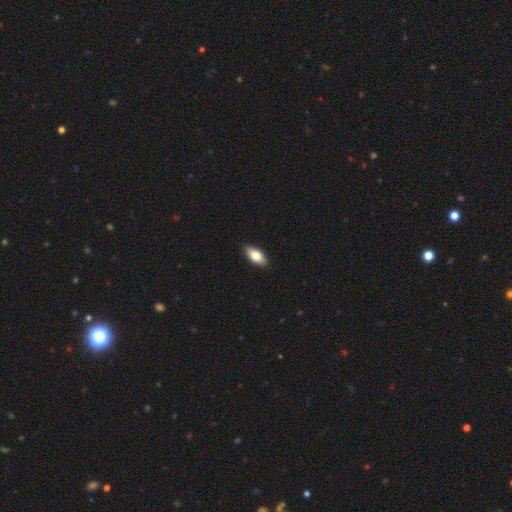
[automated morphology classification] The model was most divided on "smooth or featured": smooth: 77%, featured or disk: 16%, star or artifact: 6%. More confident: merging — none (90%); how rounded — in between (88%).